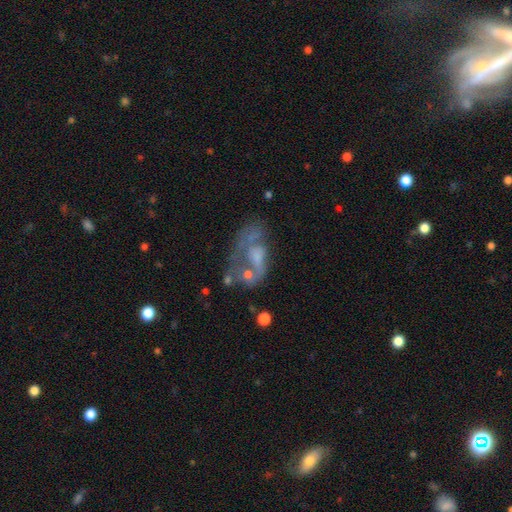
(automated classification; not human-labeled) A featured or disk galaxy (58%) with no bar (79%), no spiral arms (64%) and no central bulge (38%). Merging: major disturbance (37%).